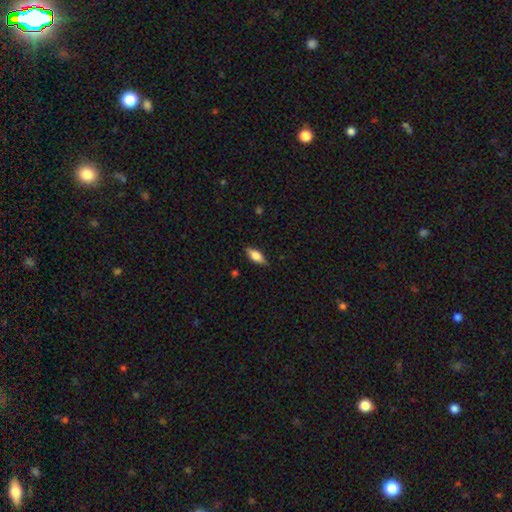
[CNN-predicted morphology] A smooth galaxy with no disk features (67%) that is in between round and cigar-shaped (75%). Merging: none (84%).